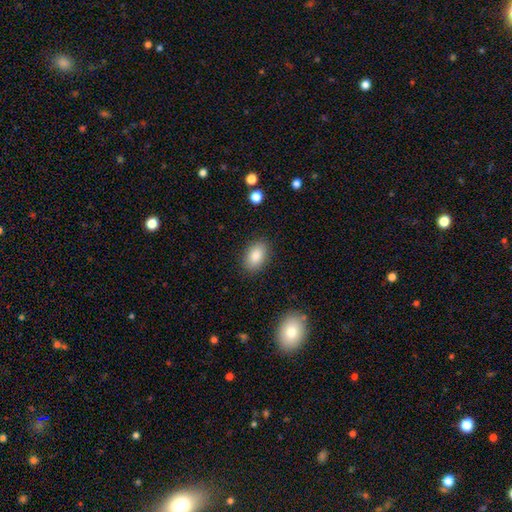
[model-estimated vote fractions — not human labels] Smooth or featured? smooth (86%)
How rounded? in between (89%)
Merging? none (86%)